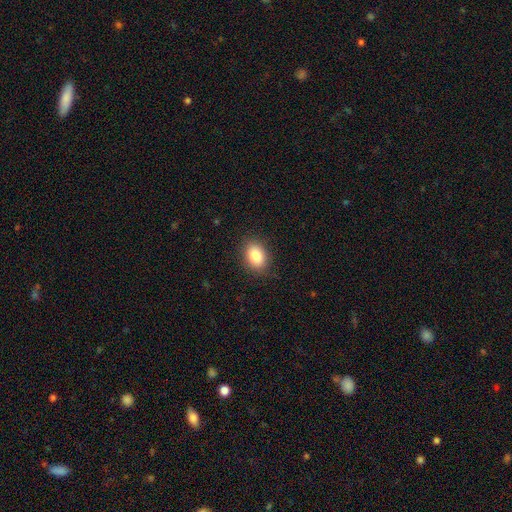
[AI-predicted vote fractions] Smooth or featured? smooth (86%)
How rounded? in between (78%)
Merging? none (86%)